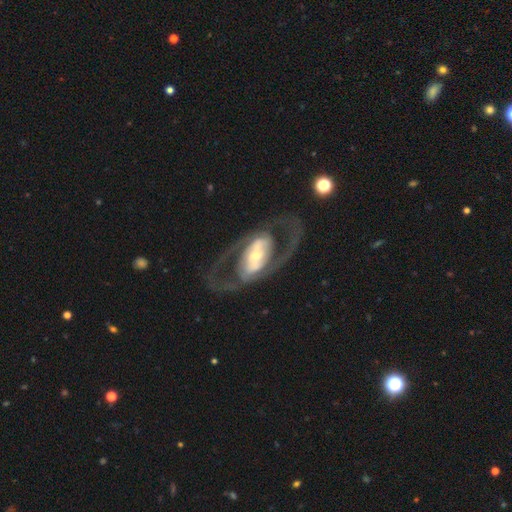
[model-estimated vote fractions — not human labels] Smooth or featured?
  - featured or disk: 86% *
  - smooth: 10%
  - star or artifact: 5%
Edge-on disk?
  - no: 93% *
  - yes: 7%
Bar?
  - strong: 46% *
  - weak: 29%
  - no: 25%
Spiral arms?
  - yes: 83% *
  - no: 17%
Spiral winding?
  - medium: 53% *
  - loose: 25%
  - tight: 22%
Spiral arm count?
  - 2: 89% *
  - can't tell: 6%
  - 1: 2%
  - 3: 1%
  - 4: 1%
  - more than 4: 1%
Bulge size?
  - moderate: 47% *
  - small: 37%
  - large: 12%
  - dominant: 2%
  - none: 1%
Merging?
  - none: 73% *
  - major disturbance: 15%
  - minor disturbance: 11%
  - merger: 2%